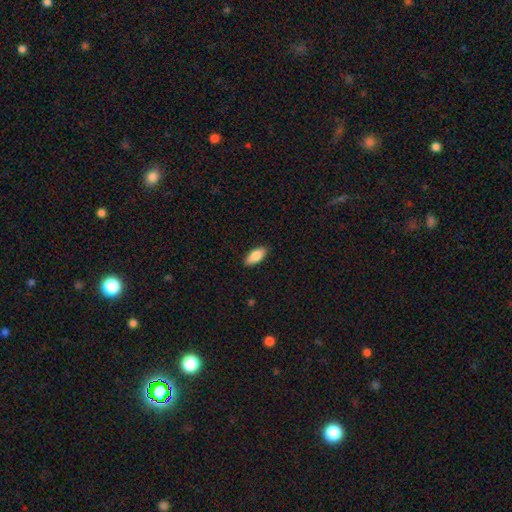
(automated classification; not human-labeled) Morphology: type=smooth (83%); roundness=in between (83%); merging=none (89%).